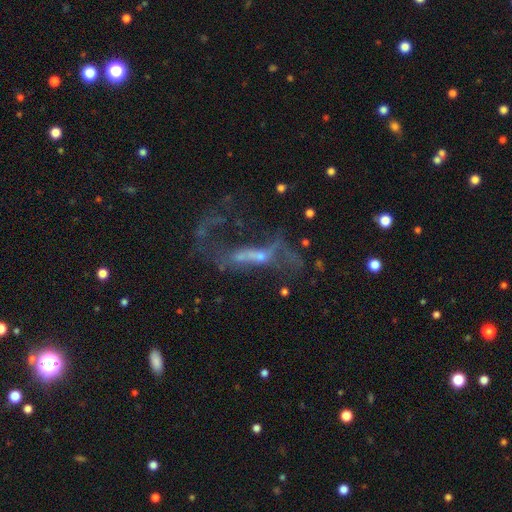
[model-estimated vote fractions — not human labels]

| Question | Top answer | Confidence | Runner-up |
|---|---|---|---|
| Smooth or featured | featured or disk | 63% | smooth (19%) |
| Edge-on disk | no | 83% | yes (17%) |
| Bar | no | 64% | weak (23%) |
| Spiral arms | no | 64% | yes (36%) |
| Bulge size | small | 49% | none (28%) |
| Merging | major disturbance | 47% | none (24%) |